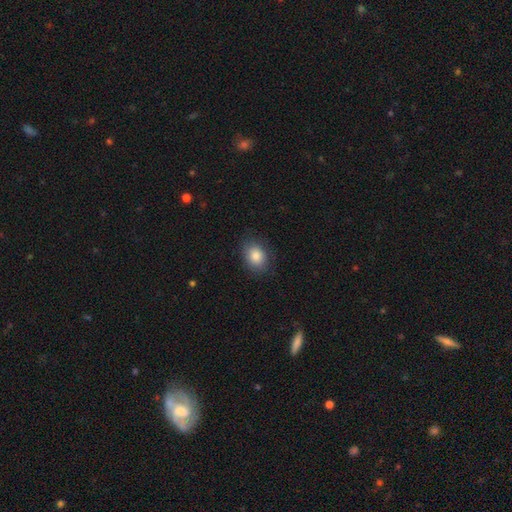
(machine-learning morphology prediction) Smooth or featured? smooth (85%)
How rounded? in between (61%)
Merging? none (83%)